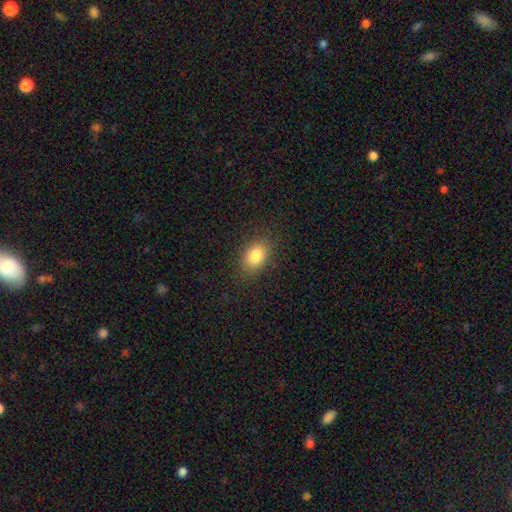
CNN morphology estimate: A smooth galaxy with no disk features (83%) that is in between round and cigar-shaped (82%). Merging: none (85%).